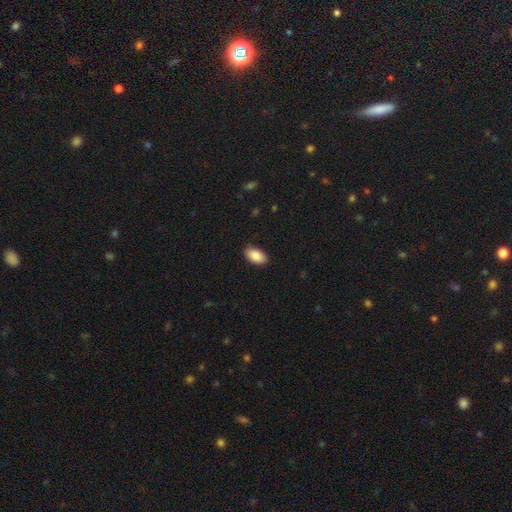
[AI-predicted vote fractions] Smooth or featured? Predicted: smooth (p=0.88). How rounded? Predicted: in between (p=0.94). Merging? Predicted: none (p=0.86).